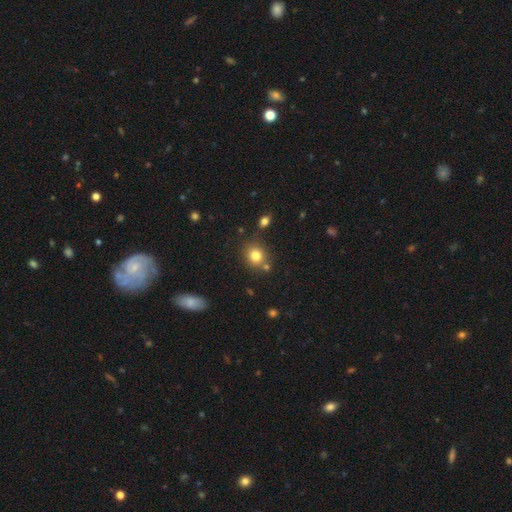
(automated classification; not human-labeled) Overall: smooth (80%). How rounded: round (77%). Merging: none (75%).